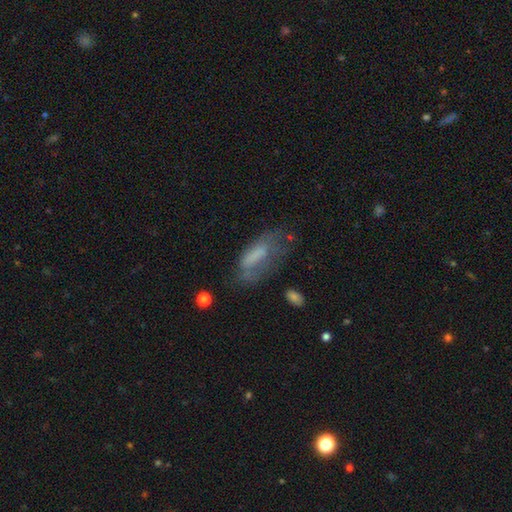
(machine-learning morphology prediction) The model was most divided on "merging": none: 38%, major disturbance: 30%, minor disturbance: 28%, merger: 4%. More confident: how rounded — in between (69%); smooth or featured — smooth (55%).